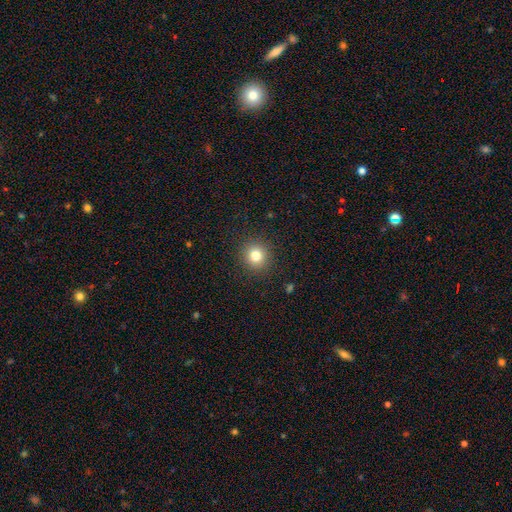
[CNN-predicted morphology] Smooth or featured? Predicted: smooth (p=0.81). How rounded? Predicted: round (p=0.93). Merging? Predicted: none (p=0.91).